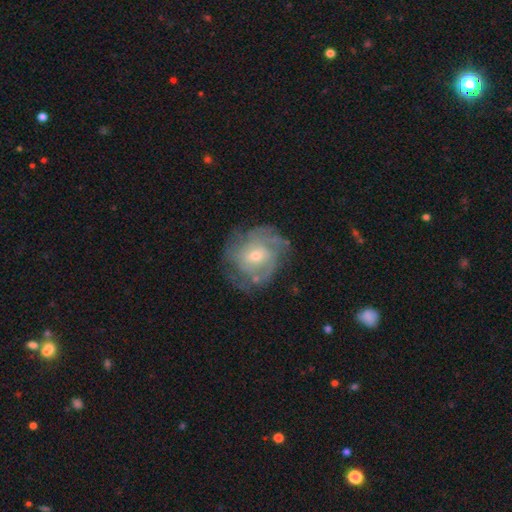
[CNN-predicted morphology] Smooth or featured?
  - featured or disk: 78% *
  - smooth: 15%
  - star or artifact: 7%
Edge-on disk?
  - no: 97% *
  - yes: 3%
Bar?
  - no: 64% *
  - weak: 31%
  - strong: 5%
Spiral arms?
  - yes: 88% *
  - no: 12%
Spiral winding?
  - tight: 57% *
  - medium: 33%
  - loose: 10%
Spiral arm count?
  - can't tell: 41% *
  - 3: 19%
  - 2: 18%
  - 4: 11%
  - 1: 5%
  - more than 4: 5%
Bulge size?
  - small: 57% *
  - moderate: 39%
  - large: 2%
  - none: 1%
  - dominant: 1%
Merging?
  - none: 67% *
  - minor disturbance: 20%
  - major disturbance: 11%
  - merger: 2%